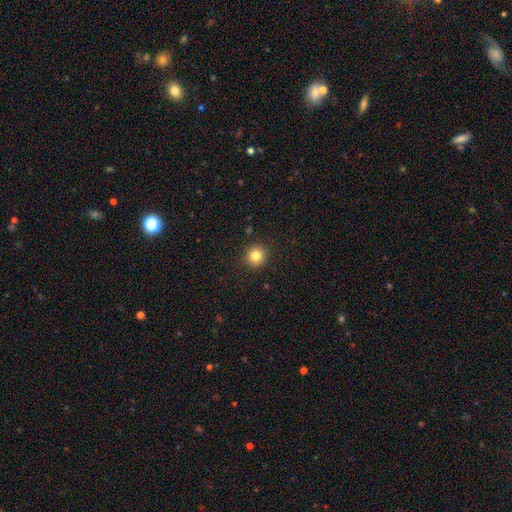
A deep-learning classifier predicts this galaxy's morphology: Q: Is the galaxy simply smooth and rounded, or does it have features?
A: smooth — 82%.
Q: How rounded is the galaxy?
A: round — 92%.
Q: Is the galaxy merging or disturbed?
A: none — 91%.